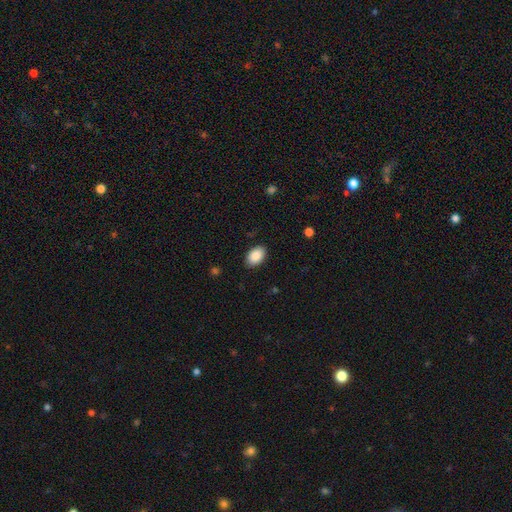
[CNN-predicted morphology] This appears to be a smooth galaxy with no disk features (90%) that is in between round and cigar-shaped (90%). Merging: none (88%).